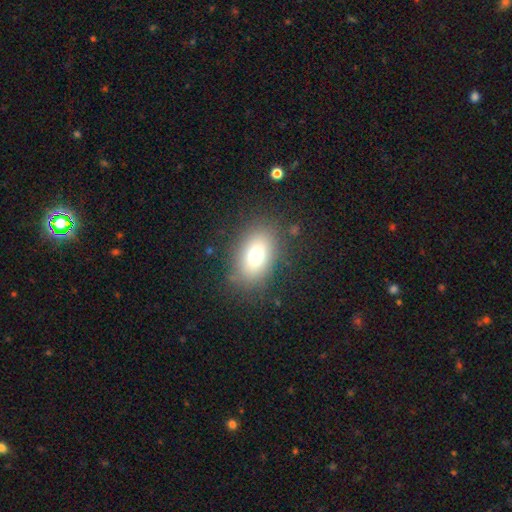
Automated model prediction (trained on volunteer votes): Smooth or featured: smooth — 73% (featured or disk — 15%)
How rounded: in between — 79% (round — 19%)
Merging: none — 81% (minor disturbance — 11%)